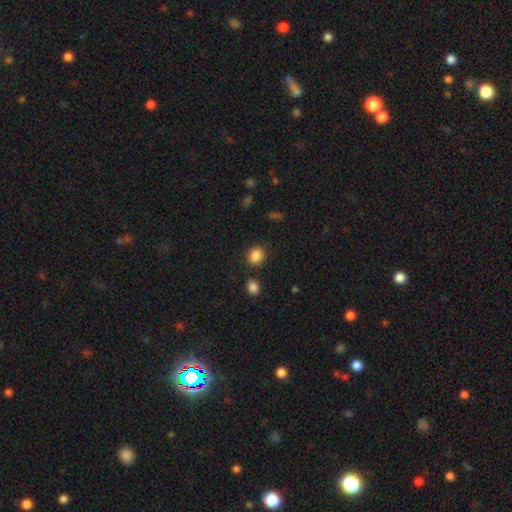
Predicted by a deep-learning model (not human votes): This appears to be a smooth galaxy with no disk features (87%) that is round (66%). Merging: none (83%).